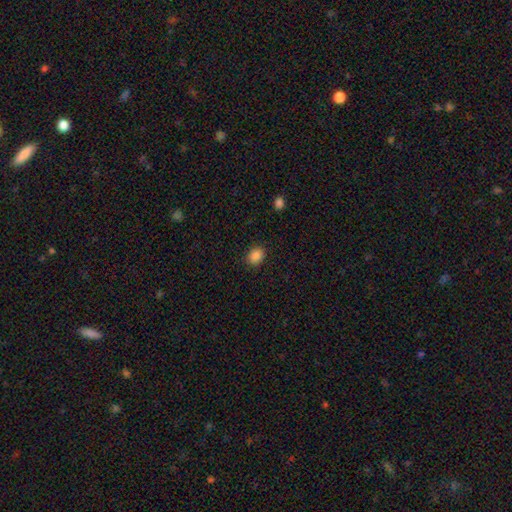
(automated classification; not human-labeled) Smooth or featured: smooth — 87% (star or artifact — 10%)
How rounded: in between — 57% (round — 42%)
Merging: none — 88% (minor disturbance — 8%)